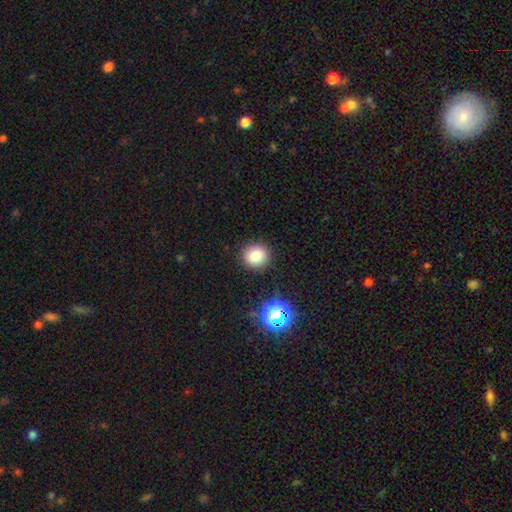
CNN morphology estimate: Overall: smooth (81%). How rounded: round (81%). Merging: none (89%).